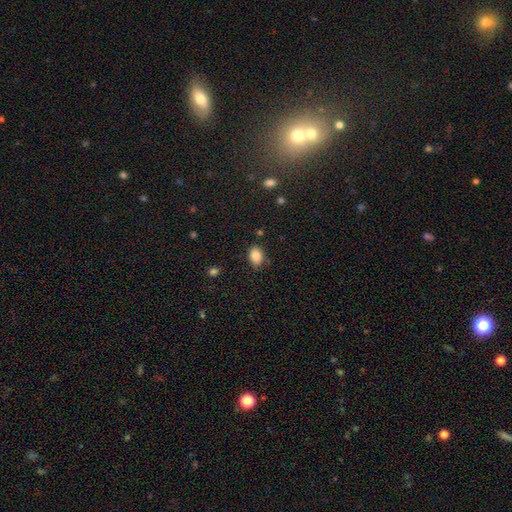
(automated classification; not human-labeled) Smooth or featured?
  - smooth: 86% *
  - star or artifact: 9%
  - featured or disk: 5%
How rounded?
  - in between: 72% *
  - round: 27%
  - cigar-shaped: 1%
Merging?
  - none: 80% *
  - minor disturbance: 15%
  - major disturbance: 3%
  - merger: 2%